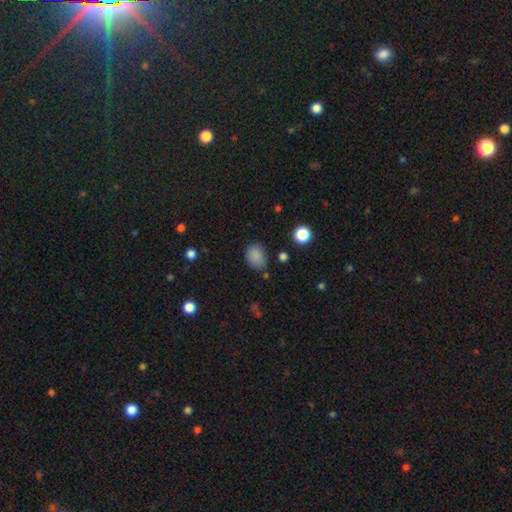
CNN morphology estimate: Smooth or featured? Predicted: smooth (p=0.85). How rounded? Predicted: in between (p=0.59). Merging? Predicted: none (p=0.70).